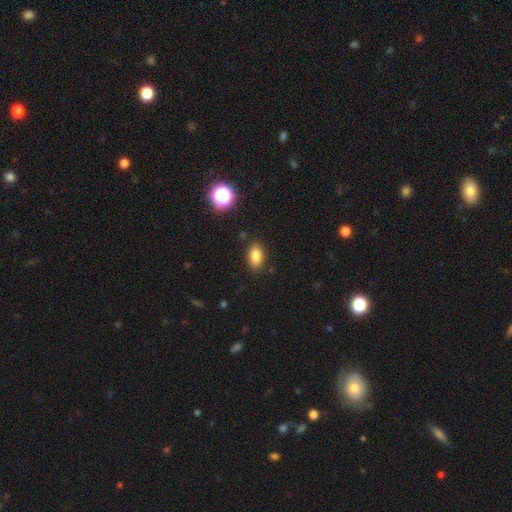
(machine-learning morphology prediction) type=smooth (82%); roundness=in between (88%); merging=none (86%).